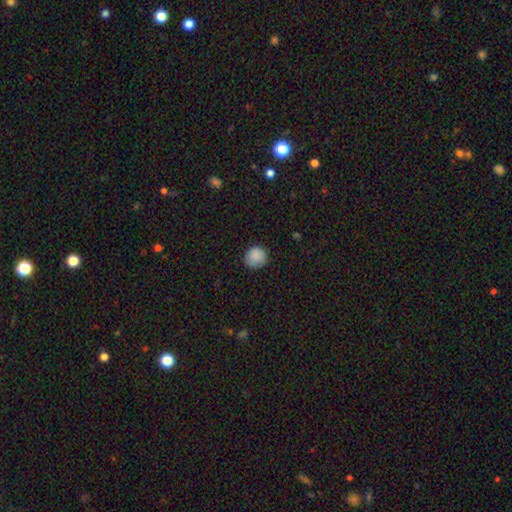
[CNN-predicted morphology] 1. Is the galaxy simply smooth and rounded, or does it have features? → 88% smooth, 8% star or artifact, 4% featured or disk.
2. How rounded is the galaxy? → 90% round, 10% in between, 1% cigar-shaped.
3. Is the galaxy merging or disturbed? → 85% none, 11% minor disturbance, 2% major disturbance, 1% merger.